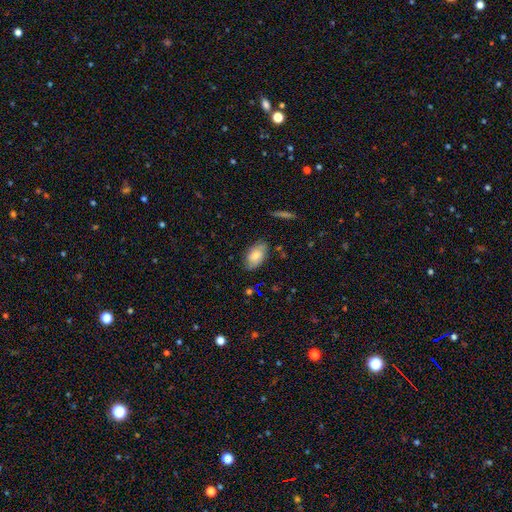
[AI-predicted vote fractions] This appears to be a smooth galaxy with no disk features (66%) that is in between round and cigar-shaped (91%). Merging: none (77%).